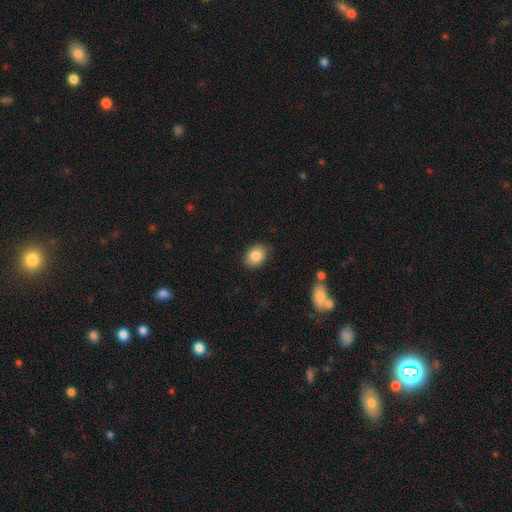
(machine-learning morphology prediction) Smooth or featured?
  - smooth: 85% *
  - star or artifact: 8%
  - featured or disk: 7%
How rounded?
  - in between: 71% *
  - round: 28%
  - cigar-shaped: 1%
Merging?
  - none: 86% *
  - minor disturbance: 10%
  - major disturbance: 2%
  - merger: 1%